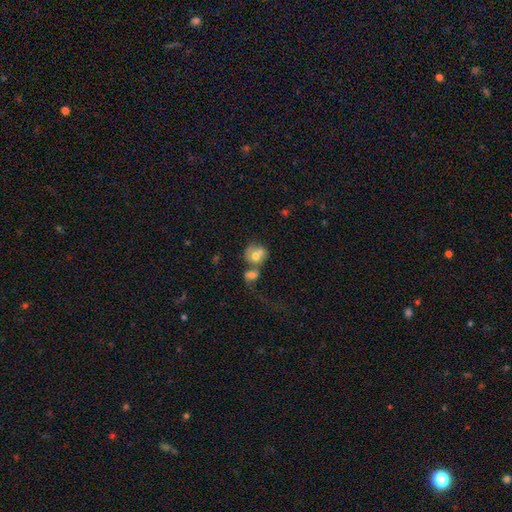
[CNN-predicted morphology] smooth 60%, featured or disk 31%, star or artifact 9%. Down the decision tree: how rounded — round (68%); merging — merger (66%).